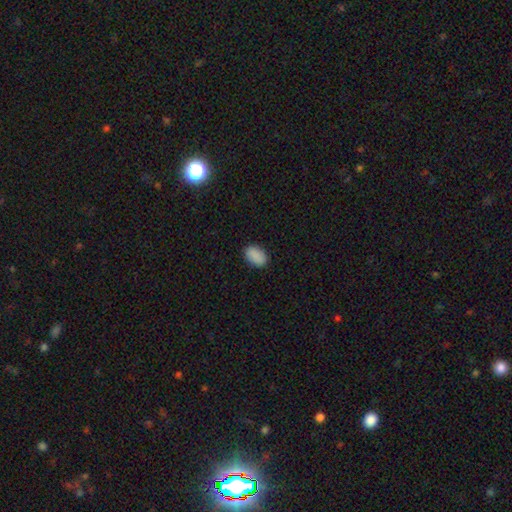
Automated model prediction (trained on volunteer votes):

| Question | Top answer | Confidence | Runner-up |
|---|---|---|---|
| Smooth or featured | smooth | 89% | star or artifact (8%) |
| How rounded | in between | 89% | round (10%) |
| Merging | none | 87% | minor disturbance (10%) |